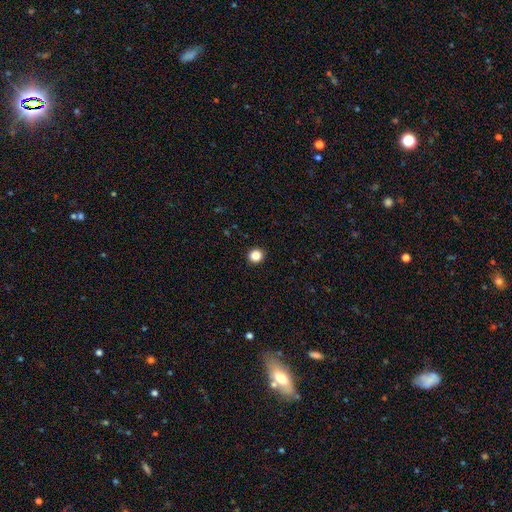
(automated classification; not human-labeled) A smooth galaxy with no disk features (86%) that is round (91%). Merging: none (93%).